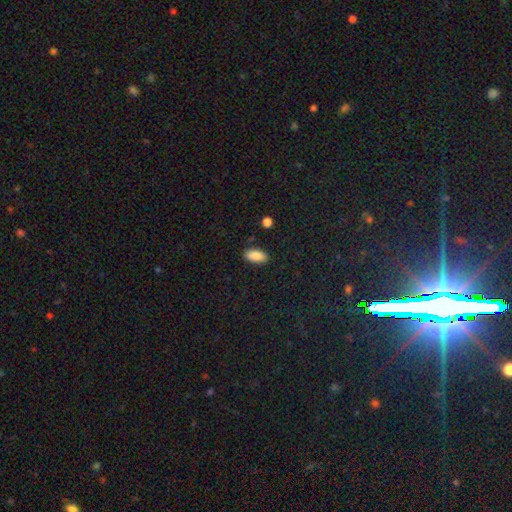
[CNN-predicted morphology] smooth-or-featured: smooth: 88% | star or artifact: 7% | featured or disk: 5%
  how-rounded: in between: 90% | cigar-shaped: 7% | round: 2%
  merging: none: 87% | minor disturbance: 9% | major disturbance: 2% | merger: 2%